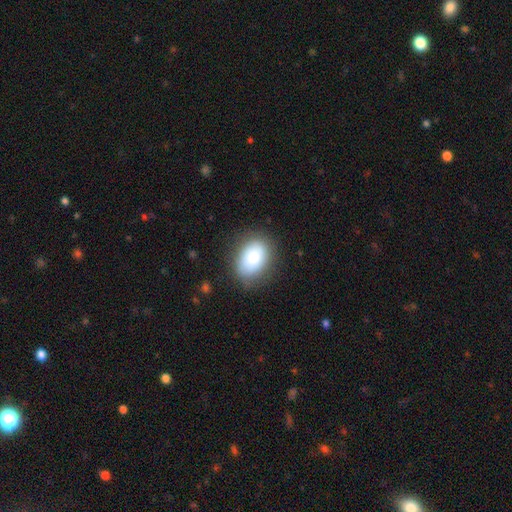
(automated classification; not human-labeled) A smooth galaxy with no disk features (81%) that is in between round and cigar-shaped (78%). Merging: none (77%).